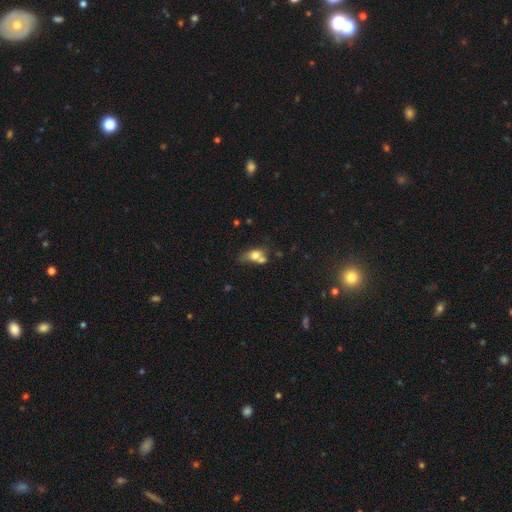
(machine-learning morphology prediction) type=smooth (69%); roundness=in between (66%); merging=merger (46%).